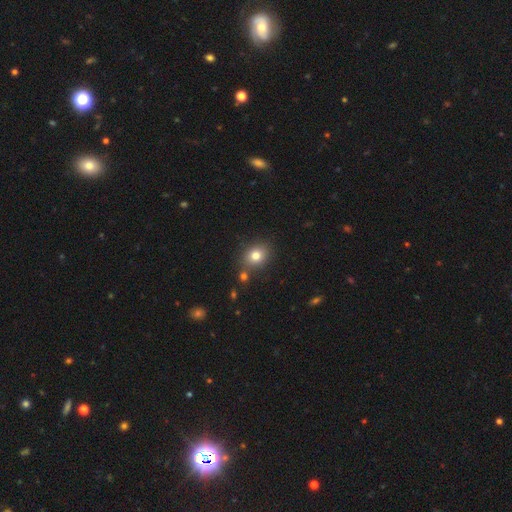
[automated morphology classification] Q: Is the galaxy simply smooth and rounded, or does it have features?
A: smooth — 79%.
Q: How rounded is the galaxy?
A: round — 57%.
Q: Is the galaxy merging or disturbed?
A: none — 76%.